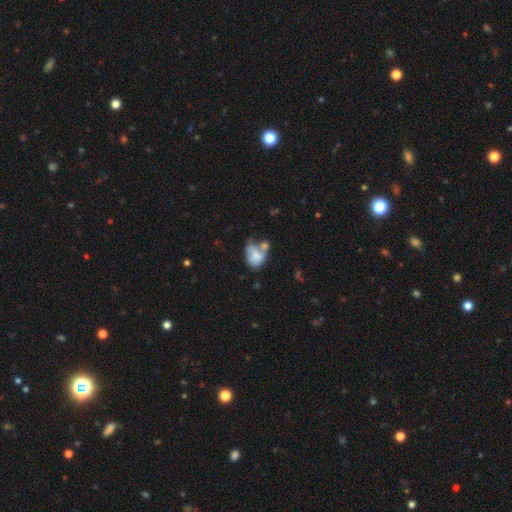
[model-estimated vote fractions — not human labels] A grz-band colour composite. It shows a smooth galaxy with no disk features (62%) that is in between round and cigar-shaped (77%). Merging: merger (47%).